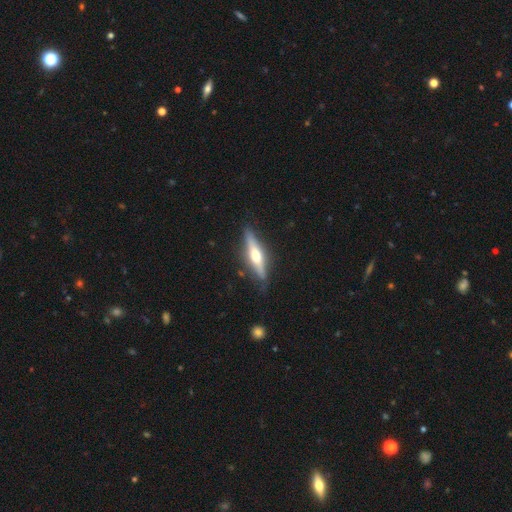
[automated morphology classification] A featured or disk galaxy (64%) viewed edge-on (94%) with a rounded central bulge (92%).

Vote fractions:
- Smooth or featured? featured or disk: 64% / smooth: 31% / star or artifact: 5%
- Edge-on disk? yes: 94% / no: 6%
- Edge-on bulge? rounded: 92% / boxy: 4% / none: 4%
- Merging? none: 85% / minor disturbance: 11% / major disturbance: 2% / merger: 1%